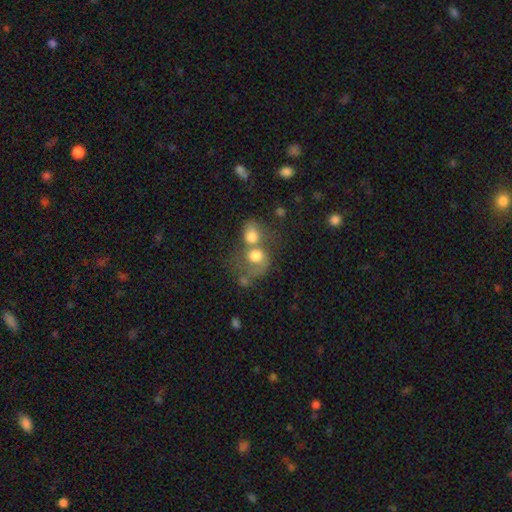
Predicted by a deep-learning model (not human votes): A smooth galaxy with no disk features (66%) that is round (60%). Merging: merger (63%).